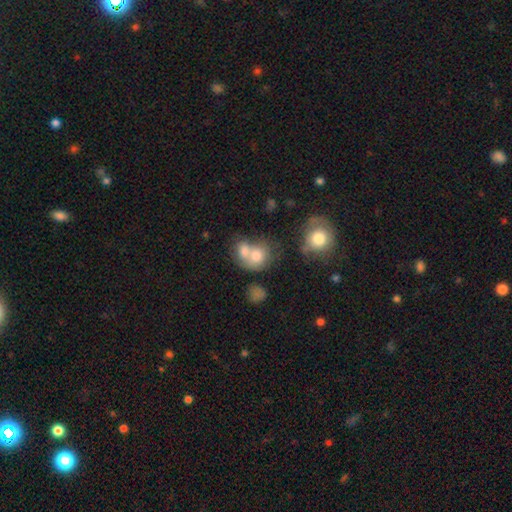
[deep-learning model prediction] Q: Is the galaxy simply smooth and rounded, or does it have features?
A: smooth — 73%.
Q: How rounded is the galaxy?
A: round — 61%.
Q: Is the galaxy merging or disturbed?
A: merger — 65%.